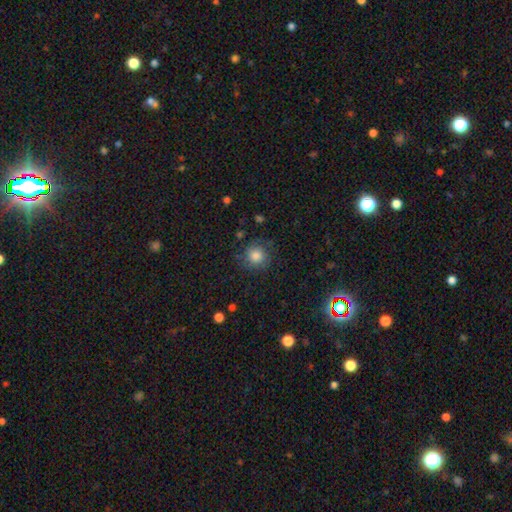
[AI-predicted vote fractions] This is likely a smooth galaxy (76%). How rounded: clearly round (91%). Merging: likely none (76%).